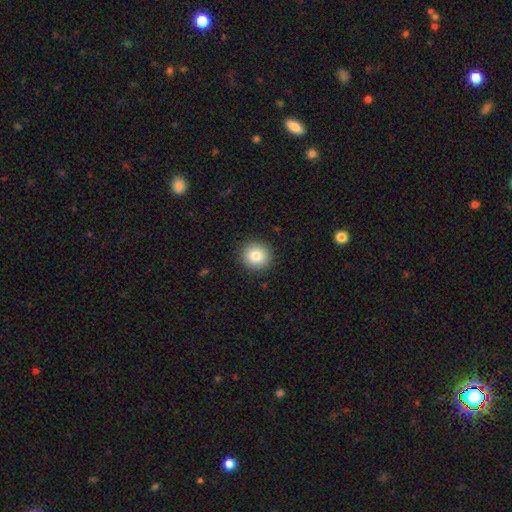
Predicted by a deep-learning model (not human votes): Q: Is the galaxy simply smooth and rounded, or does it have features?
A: smooth — 83%.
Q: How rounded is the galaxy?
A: round — 91%.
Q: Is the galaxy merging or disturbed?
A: none — 91%.